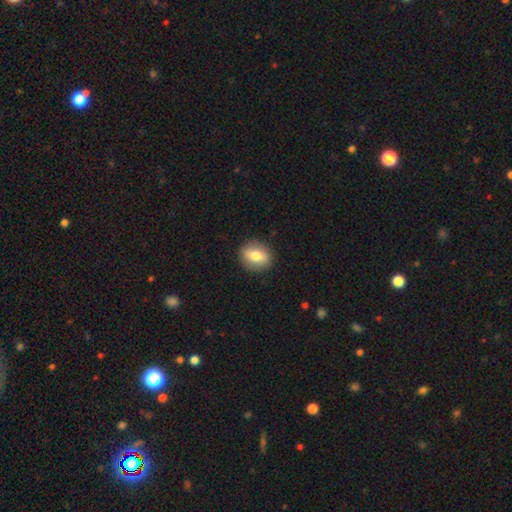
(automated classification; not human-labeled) Morphology: type=smooth (72%); roundness=round (59%); merging=none (89%).